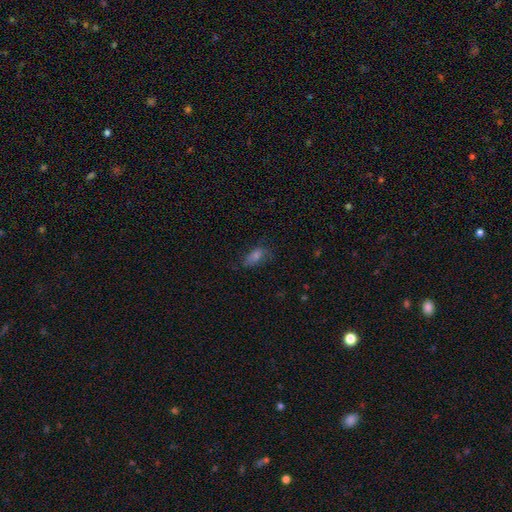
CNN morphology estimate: smooth 56%, featured or disk 24%, star or artifact 20%. Down the decision tree: how rounded — in between (77%); merging — none (60%).